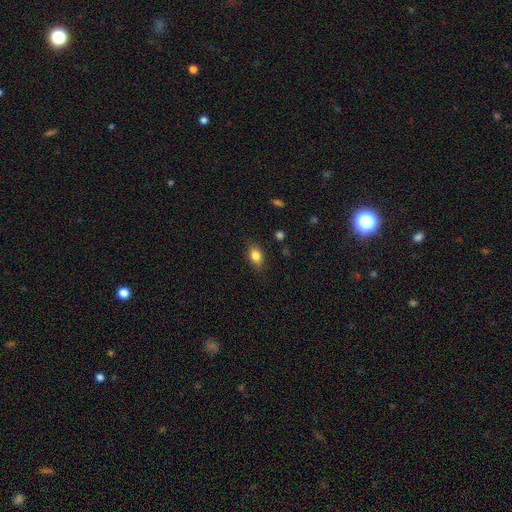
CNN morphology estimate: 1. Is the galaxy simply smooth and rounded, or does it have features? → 83% smooth, 9% star or artifact, 8% featured or disk.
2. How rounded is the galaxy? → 81% in between, 17% round, 3% cigar-shaped.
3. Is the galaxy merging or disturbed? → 83% none, 12% minor disturbance, 3% major disturbance, 1% merger.